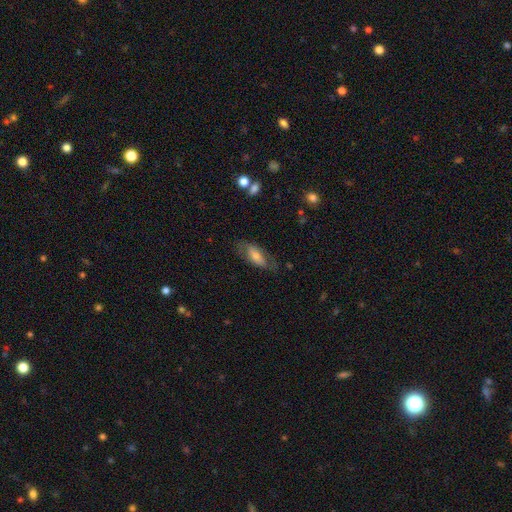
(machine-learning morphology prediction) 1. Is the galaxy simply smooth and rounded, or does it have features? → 54% smooth, 39% featured or disk, 7% star or artifact.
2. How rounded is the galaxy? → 78% in between, 19% cigar-shaped, 4% round.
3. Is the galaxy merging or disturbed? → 68% none, 21% minor disturbance, 10% major disturbance, 2% merger.